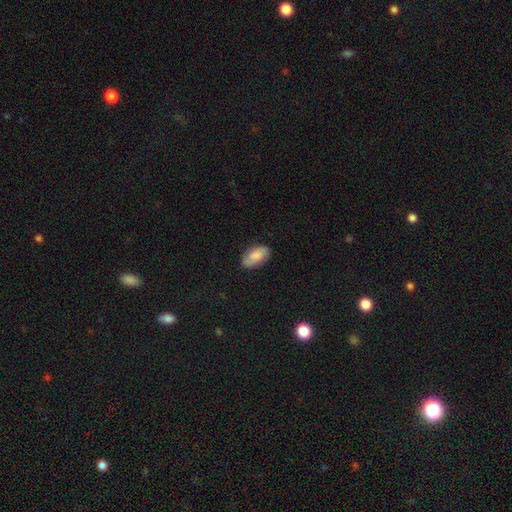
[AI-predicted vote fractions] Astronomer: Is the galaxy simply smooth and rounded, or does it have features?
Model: smooth — 71%.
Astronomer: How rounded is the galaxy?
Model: in between — 94%.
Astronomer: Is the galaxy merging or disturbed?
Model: none — 80%.